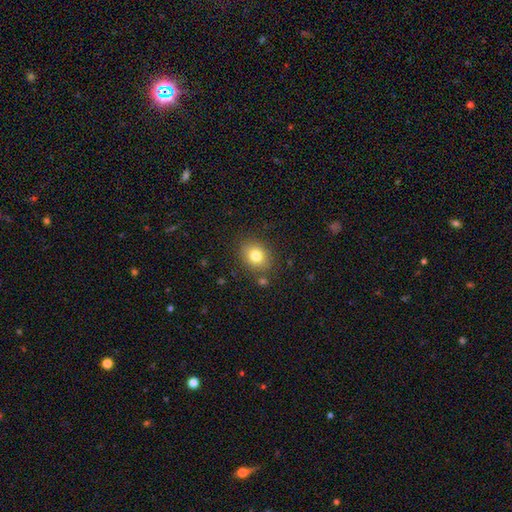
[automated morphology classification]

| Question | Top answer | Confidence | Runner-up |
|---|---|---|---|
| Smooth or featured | smooth | 80% | star or artifact (11%) |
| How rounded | round | 51% | in between (48%) |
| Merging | none | 83% | minor disturbance (11%) |